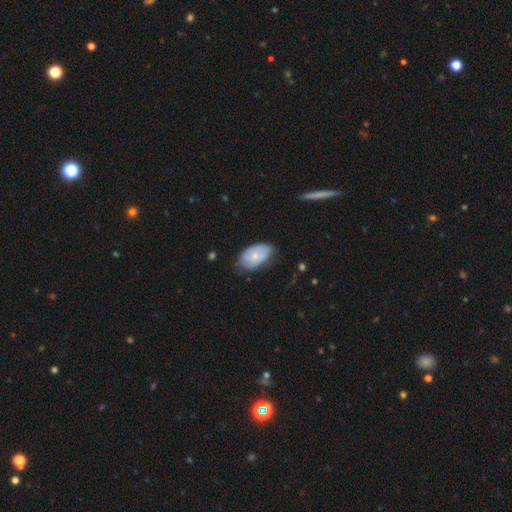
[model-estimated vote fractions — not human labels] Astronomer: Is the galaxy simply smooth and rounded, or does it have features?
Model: smooth — 59% (runner-up: featured or disk, 35%).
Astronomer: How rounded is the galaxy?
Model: in between — 93%.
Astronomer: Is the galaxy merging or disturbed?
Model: none — 62%.